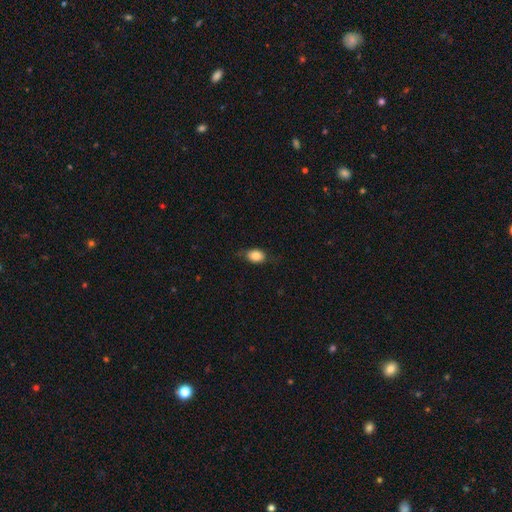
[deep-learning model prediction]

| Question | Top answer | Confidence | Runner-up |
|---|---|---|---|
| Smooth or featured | smooth | 84% | star or artifact (8%) |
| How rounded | in between | 74% | round (25%) |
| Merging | none | 73% | minor disturbance (21%) |